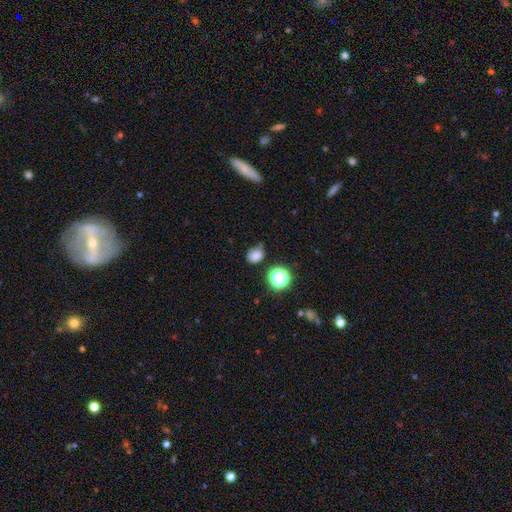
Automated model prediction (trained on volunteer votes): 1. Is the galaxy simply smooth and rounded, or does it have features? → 79% smooth, 15% star or artifact, 6% featured or disk.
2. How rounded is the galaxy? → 55% round, 44% in between, 1% cigar-shaped.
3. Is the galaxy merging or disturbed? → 60% none, 28% minor disturbance, 7% major disturbance, 5% merger.